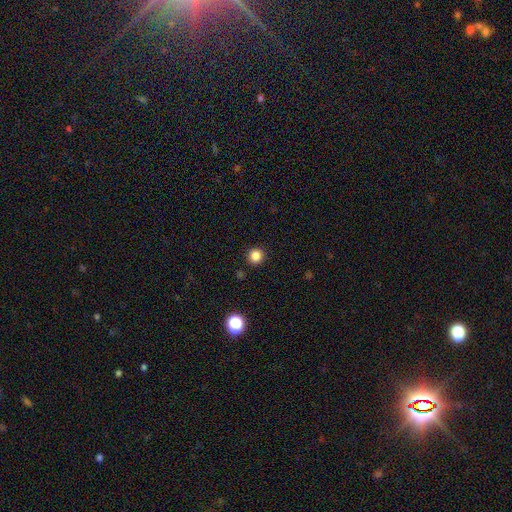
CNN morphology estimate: Q: Smooth or featured?
A: smooth (84%); runner-up: star or artifact (13%)
Q: How rounded?
A: round (93%); runner-up: in between (6%)
Q: Merging?
A: none (92%); runner-up: minor disturbance (5%)